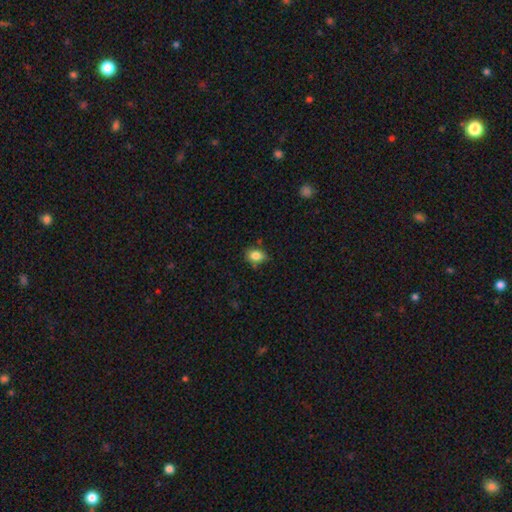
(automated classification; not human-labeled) Smooth or featured? smooth (83%)
How rounded? in between (66%)
Merging? none (69%)